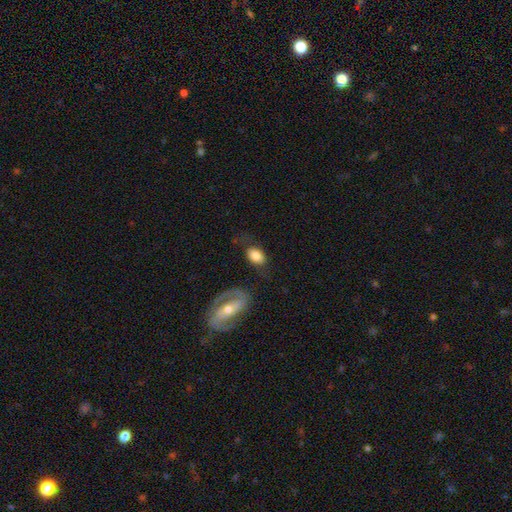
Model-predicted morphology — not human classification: smooth-or-featured: smooth: 71% | featured or disk: 21% | star or artifact: 7%
  how-rounded: in between: 86% | round: 12% | cigar-shaped: 2%
  merging: none: 63% | minor disturbance: 19% | major disturbance: 12% | merger: 6%